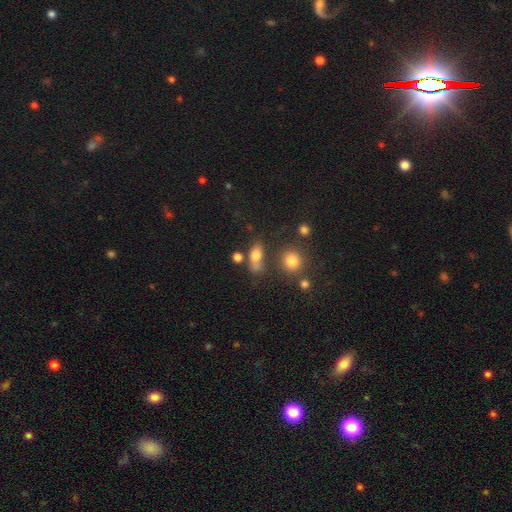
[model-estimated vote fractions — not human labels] The model was most divided on "merging": none: 54%, merger: 19%, minor disturbance: 18%, major disturbance: 9%. More confident: smooth or featured — smooth (76%); how rounded — in between (72%).